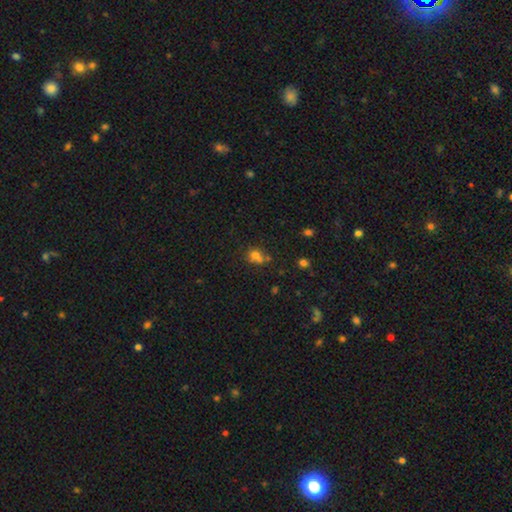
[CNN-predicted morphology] Smooth or featured? smooth (64%)
How rounded? round (77%)
Merging? merger (44%)